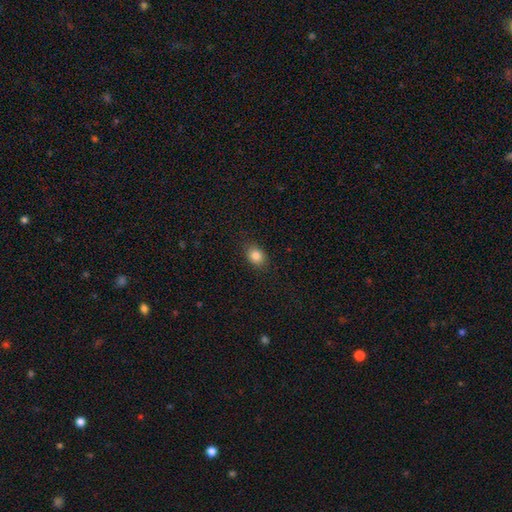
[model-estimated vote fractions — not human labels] The model was most divided on "how rounded": in between: 60%, round: 39%, cigar-shaped: 1%. More confident: merging — none (85%); smooth or featured — smooth (85%).